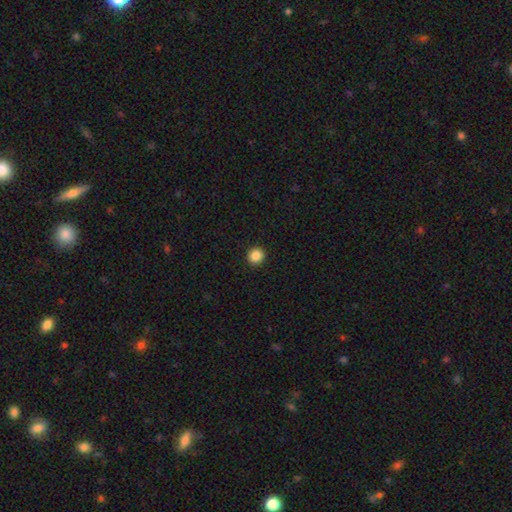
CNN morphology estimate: smooth 86%, star or artifact 10%, featured or disk 3%. Down the decision tree: how rounded — round (93%); merging — none (94%).